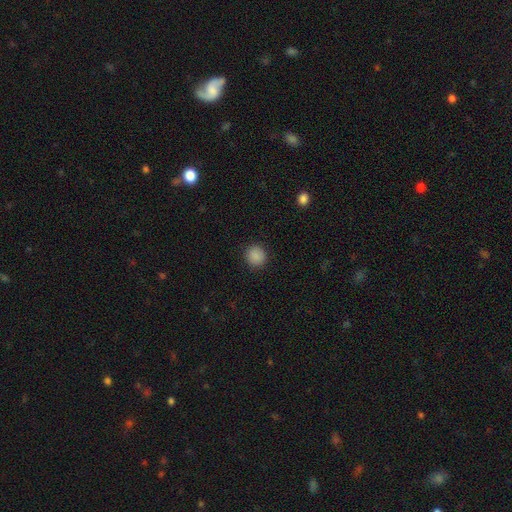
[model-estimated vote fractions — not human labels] A smooth galaxy with no disk features (88%) that is round (91%).

Vote fractions:
- Smooth or featured? smooth: 88% / star or artifact: 10% / featured or disk: 3%
- How rounded? round: 91% / in between: 8% / cigar-shaped: 1%
- Merging? none: 91% / minor disturbance: 6% / major disturbance: 2% / merger: 1%